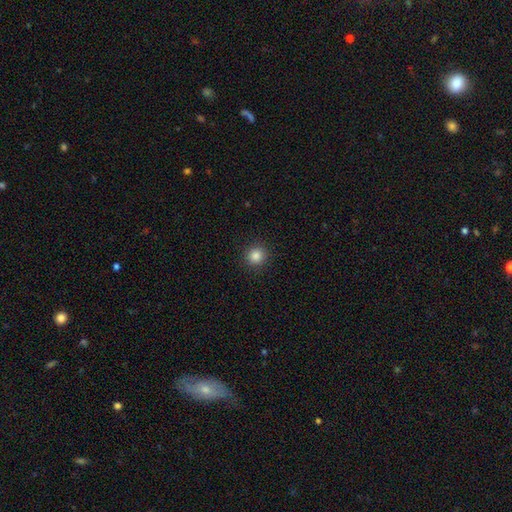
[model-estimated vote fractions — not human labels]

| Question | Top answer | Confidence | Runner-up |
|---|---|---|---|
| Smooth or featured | smooth | 85% | star or artifact (11%) |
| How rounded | round | 93% | in between (6%) |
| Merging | none | 92% | minor disturbance (5%) |